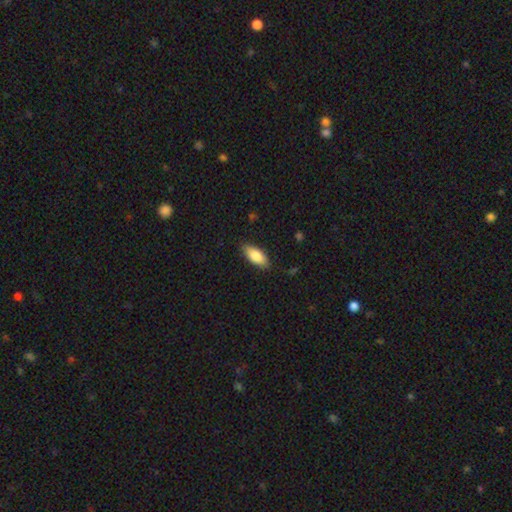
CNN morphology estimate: A smooth galaxy with no disk features (83%) that is in between round and cigar-shaped (85%). Merging: none (85%).